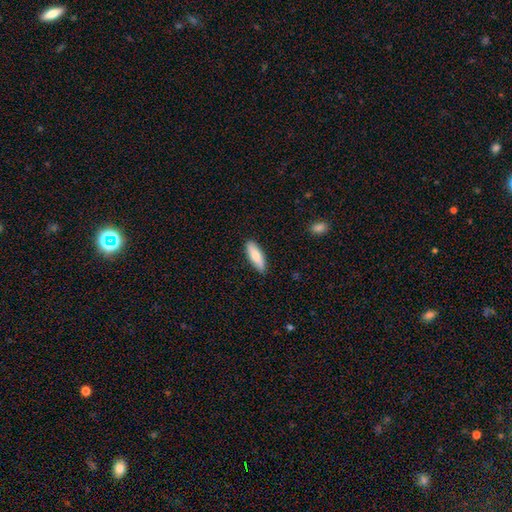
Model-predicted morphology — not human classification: Smooth or featured? smooth (79%)
How rounded? in between (55%)
Merging? none (87%)